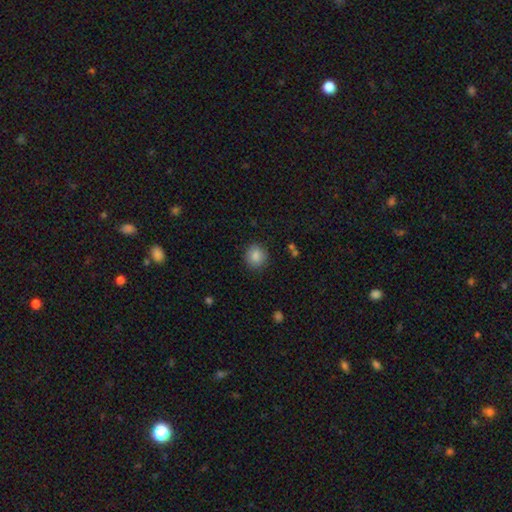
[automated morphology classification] smooth_or_featured: smooth (p=0.86) [alt: star or artifact p=0.09]
how_rounded: round (p=0.87) [alt: in between p=0.12]
merging: none (p=0.88) [alt: minor disturbance p=0.08]